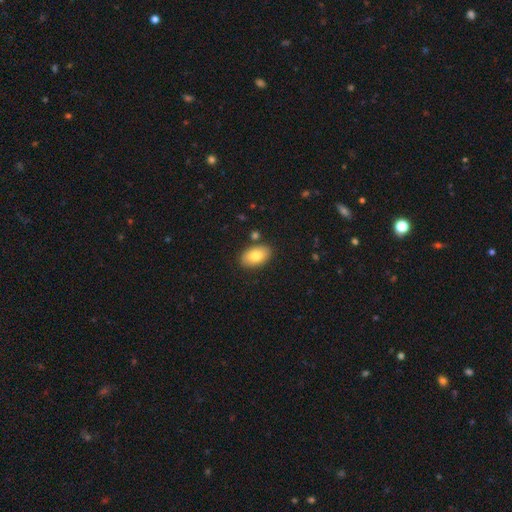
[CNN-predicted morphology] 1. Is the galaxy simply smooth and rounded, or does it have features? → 80% smooth, 14% featured or disk, 7% star or artifact.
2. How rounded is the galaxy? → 92% in between, 7% round, 1% cigar-shaped.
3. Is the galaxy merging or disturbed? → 83% none, 10% minor disturbance, 4% merger, 2% major disturbance.